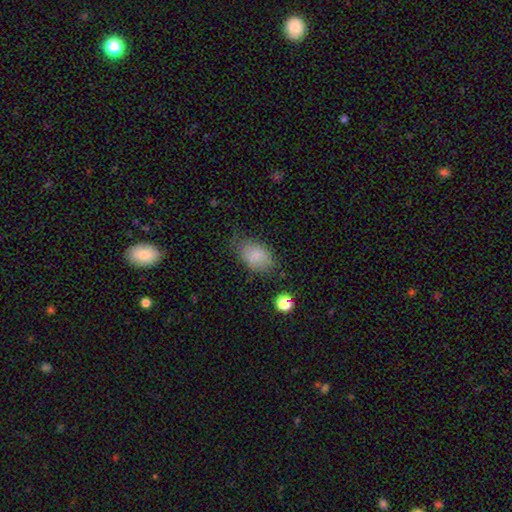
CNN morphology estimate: Smooth or featured?
  - smooth: 81% *
  - star or artifact: 10%
  - featured or disk: 9%
How rounded?
  - in between: 86% *
  - round: 12%
  - cigar-shaped: 2%
Merging?
  - none: 60% *
  - minor disturbance: 28%
  - major disturbance: 10%
  - merger: 2%